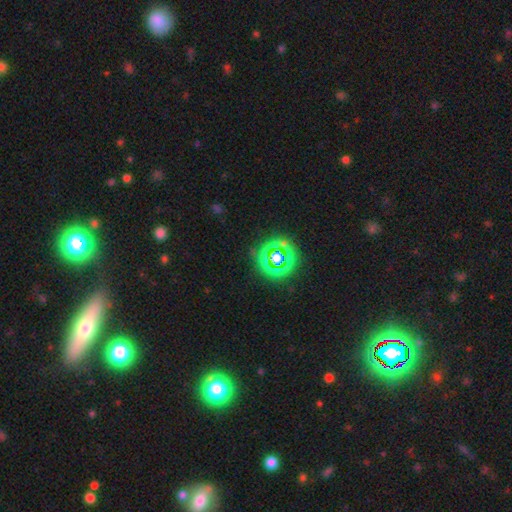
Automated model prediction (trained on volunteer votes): Overall: star or artifact (59%; smooth 29%).